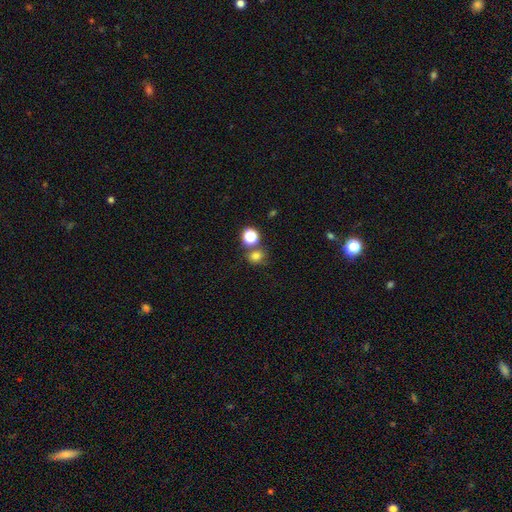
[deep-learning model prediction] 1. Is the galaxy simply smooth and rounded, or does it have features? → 73% smooth, 20% star or artifact, 7% featured or disk.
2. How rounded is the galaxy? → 73% round, 26% in between, 1% cigar-shaped.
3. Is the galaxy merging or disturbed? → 62% none, 21% merger, 11% minor disturbance, 5% major disturbance.